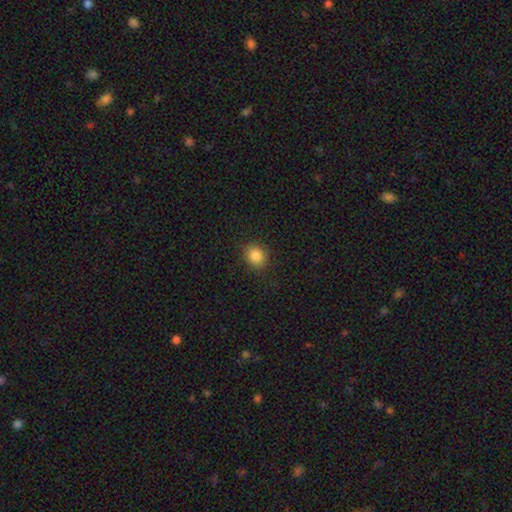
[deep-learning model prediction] This is clearly a smooth galaxy (85%). How rounded: likely round (73%). Merging: clearly none (86%).